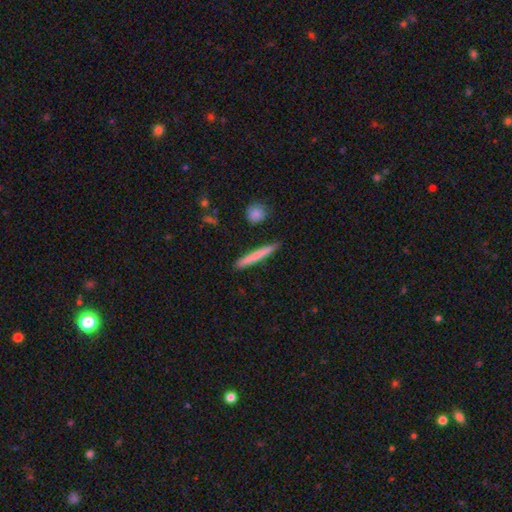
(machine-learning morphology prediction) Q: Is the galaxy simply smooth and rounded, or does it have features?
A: smooth — 71%.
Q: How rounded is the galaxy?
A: cigar-shaped — 96%.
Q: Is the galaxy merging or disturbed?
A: none — 91%.